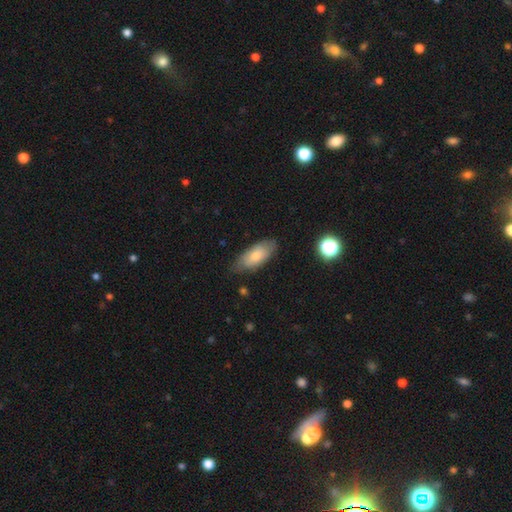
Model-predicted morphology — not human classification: Smooth or featured: smooth — 73% (featured or disk — 21%)
How rounded: in between — 86% (cigar-shaped — 11%)
Merging: none — 73% (minor disturbance — 21%)